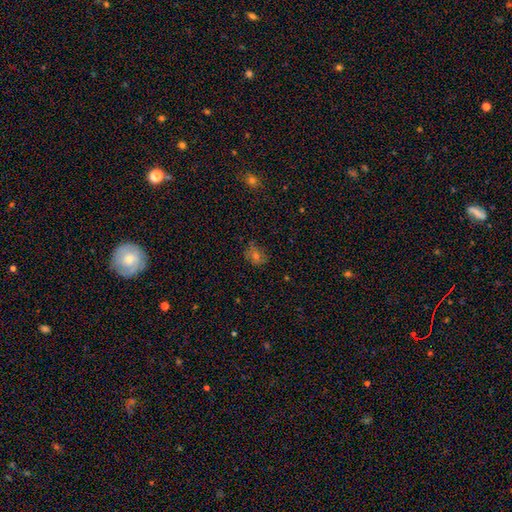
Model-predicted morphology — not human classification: Overall: smooth (47%; star or artifact 29%). Merging: none (70%).